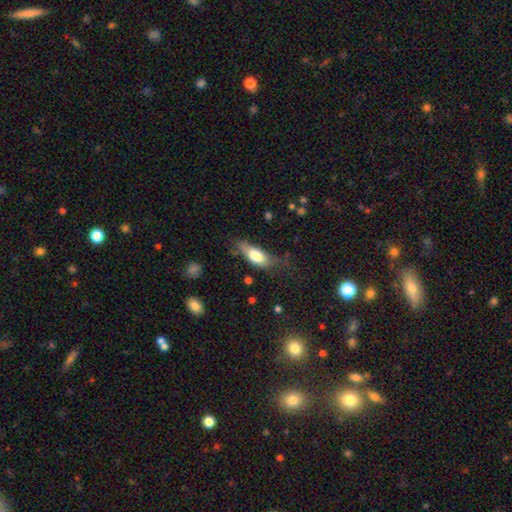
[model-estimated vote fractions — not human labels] Morphology: type=smooth (75%); roundness=in between (80%); merging=none (44%).